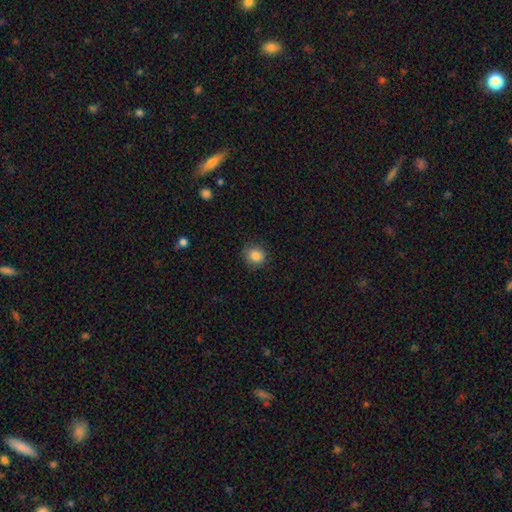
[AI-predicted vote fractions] A smooth galaxy with no disk features (85%) that is round (87%). Merging: none (87%).